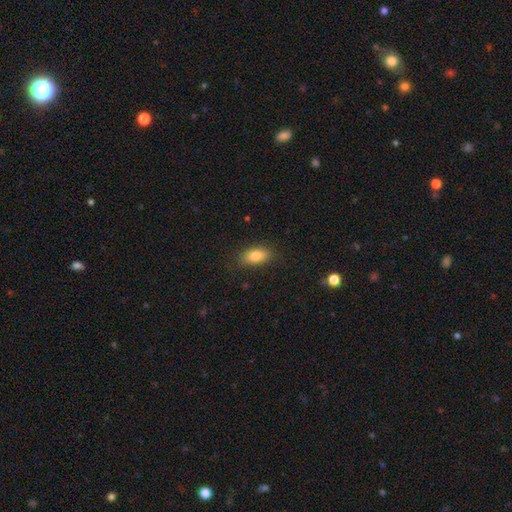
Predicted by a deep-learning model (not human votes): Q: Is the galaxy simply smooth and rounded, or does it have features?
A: smooth — 83%.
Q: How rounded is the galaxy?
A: in between — 88%.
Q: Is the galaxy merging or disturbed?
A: none — 84%.